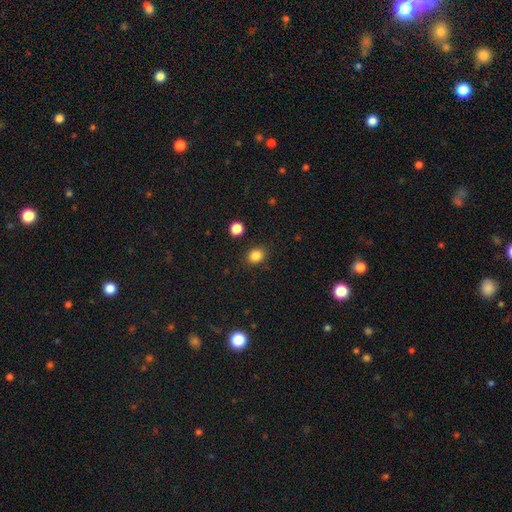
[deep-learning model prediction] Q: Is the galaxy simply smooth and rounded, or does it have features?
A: smooth — 85%.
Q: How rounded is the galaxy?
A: round — 68%.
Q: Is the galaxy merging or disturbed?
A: none — 87%.